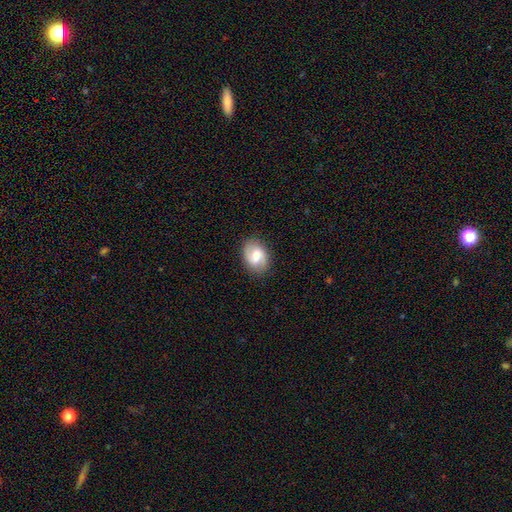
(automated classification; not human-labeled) Smooth or featured?
  - smooth: 53% *
  - featured or disk: 39%
  - star or artifact: 8%
How rounded?
  - in between: 75% *
  - round: 24%
  - cigar-shaped: 1%
Merging?
  - none: 83% *
  - minor disturbance: 12%
  - major disturbance: 3%
  - merger: 1%